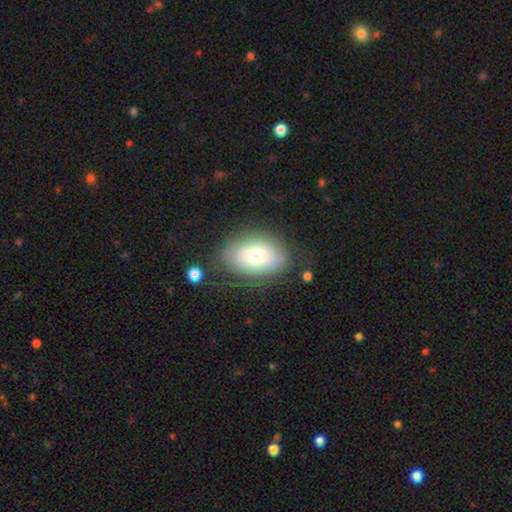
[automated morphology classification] The model was most divided on "smooth or featured": smooth: 61%, featured or disk: 31%, star or artifact: 8%. More confident: how rounded — in between (86%); merging — none (72%).